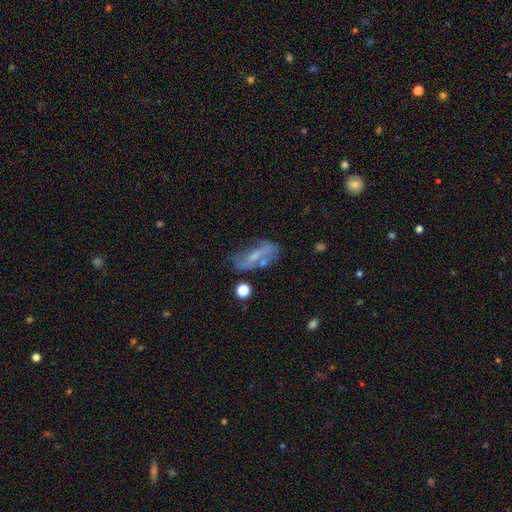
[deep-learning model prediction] Overall: featured or disk (50%; smooth 39%). Edge-on disk: no (79%). Merging: none (52%; minor disturbance 24%).